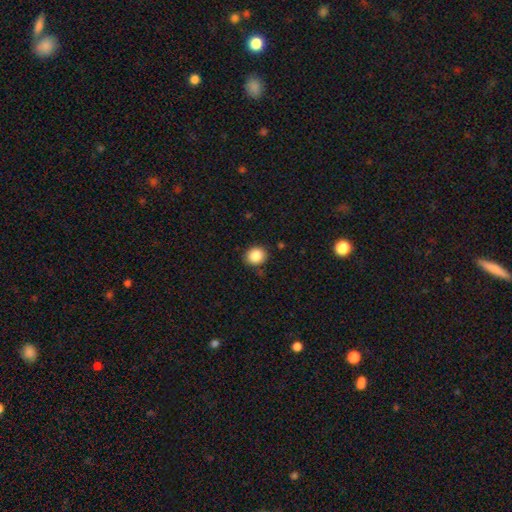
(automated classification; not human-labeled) Smooth or featured? Predicted: smooth (p=0.86). How rounded? Predicted: round (p=0.74). Merging? Predicted: none (p=0.87).